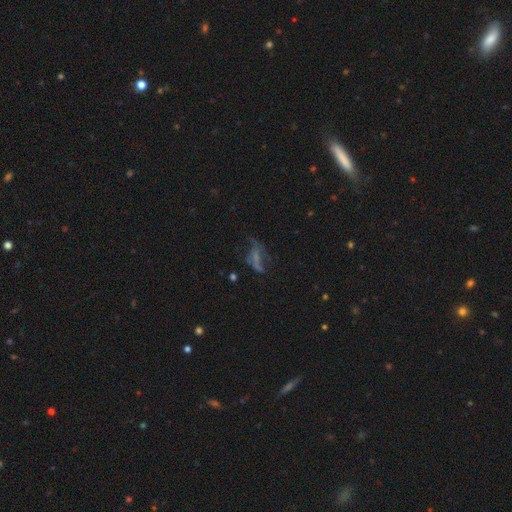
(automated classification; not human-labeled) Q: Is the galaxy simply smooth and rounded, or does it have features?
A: featured or disk — 50%.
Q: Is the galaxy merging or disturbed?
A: none — 45%.